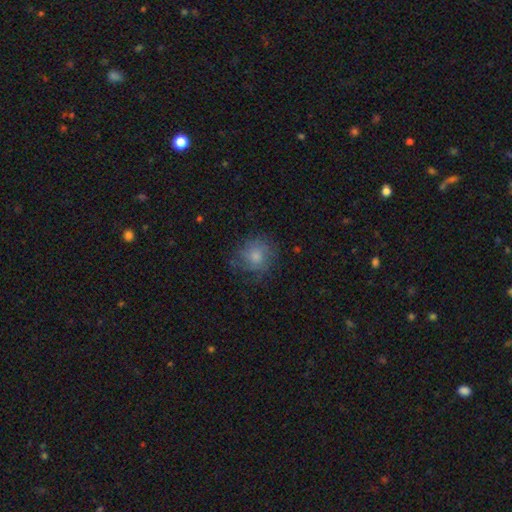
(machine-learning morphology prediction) This appears to be a smooth galaxy with no disk features (67%) that is round (83%). Merging: none (68%).